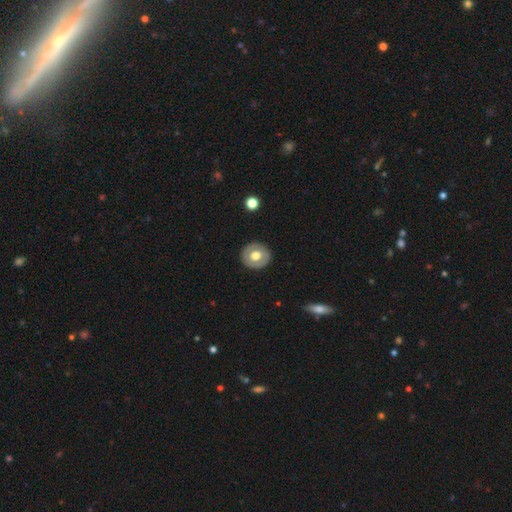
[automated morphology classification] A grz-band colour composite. It shows a smooth galaxy with no disk features (54%) that is round (86%). Merging: none (89%).